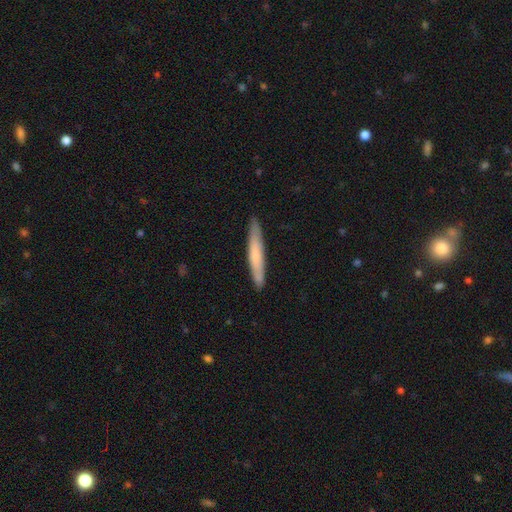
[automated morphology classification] type=smooth (62%); roundness=cigar-shaped (94%); merging=none (88%).